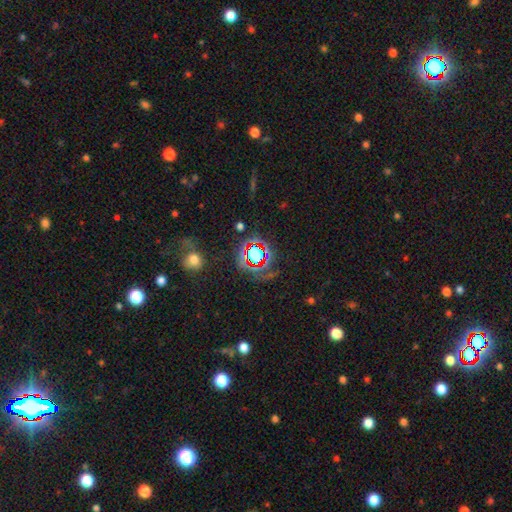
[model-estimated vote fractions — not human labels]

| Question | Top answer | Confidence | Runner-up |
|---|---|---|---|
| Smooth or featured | star or artifact | 66% | smooth (22%) |